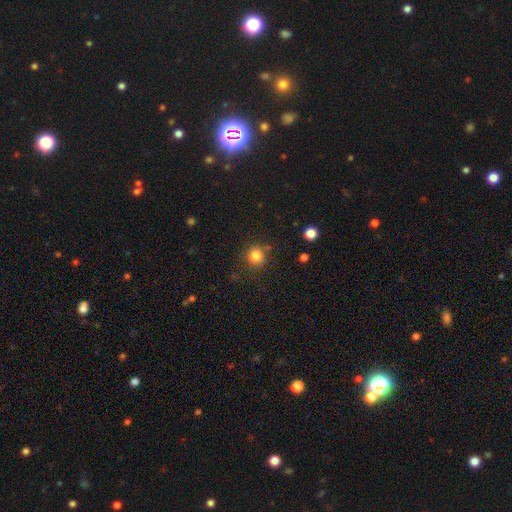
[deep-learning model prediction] This appears to be a smooth galaxy with no disk features (82%) that is round (92%). Merging: none (81%).